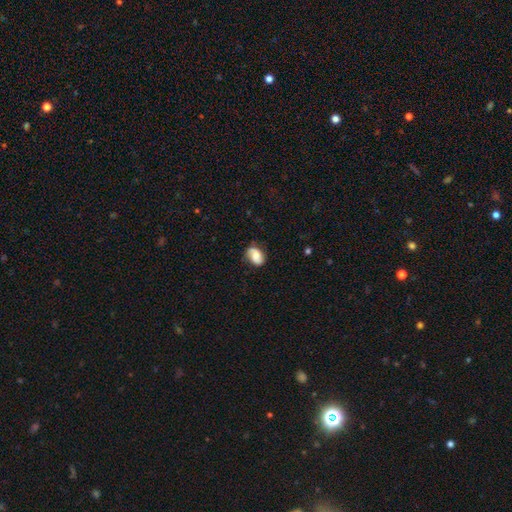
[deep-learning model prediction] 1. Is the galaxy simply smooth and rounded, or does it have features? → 55% smooth, 37% featured or disk, 9% star or artifact.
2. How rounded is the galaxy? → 79% in between, 19% round, 1% cigar-shaped.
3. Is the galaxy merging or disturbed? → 62% none, 27% minor disturbance, 9% major disturbance, 2% merger.